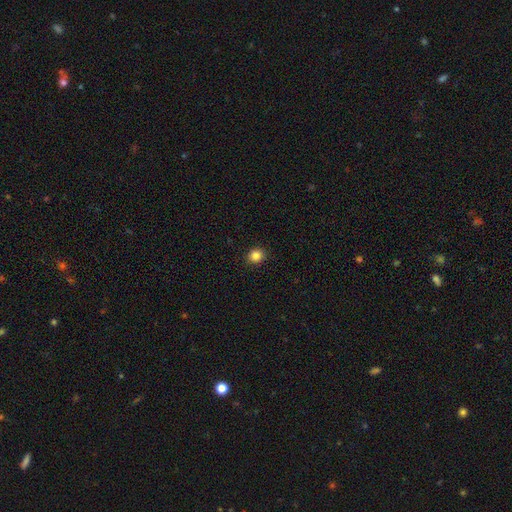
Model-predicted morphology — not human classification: smooth_or_featured: smooth (p=0.85) [alt: star or artifact p=0.11]
how_rounded: round (p=0.80) [alt: in between p=0.19]
merging: none (p=0.91) [alt: minor disturbance p=0.06]